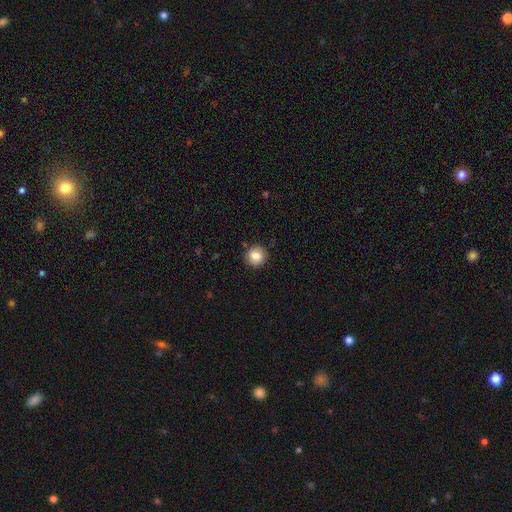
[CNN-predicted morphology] Overall: smooth (83%). How rounded: round (93%). Merging: none (90%).